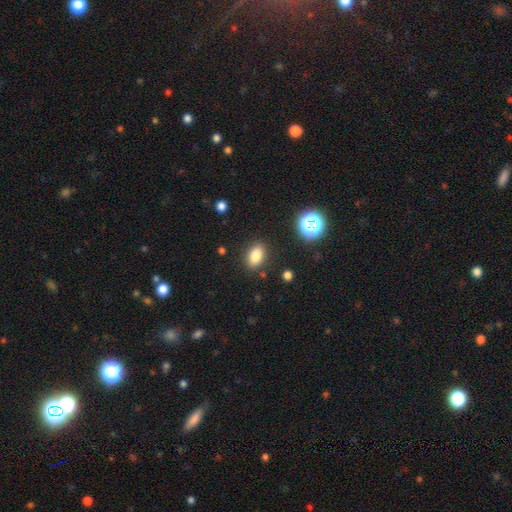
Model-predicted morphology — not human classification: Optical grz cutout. It shows a smooth galaxy with no disk features (82%) that is in between round and cigar-shaped (83%). Merging: none (86%).